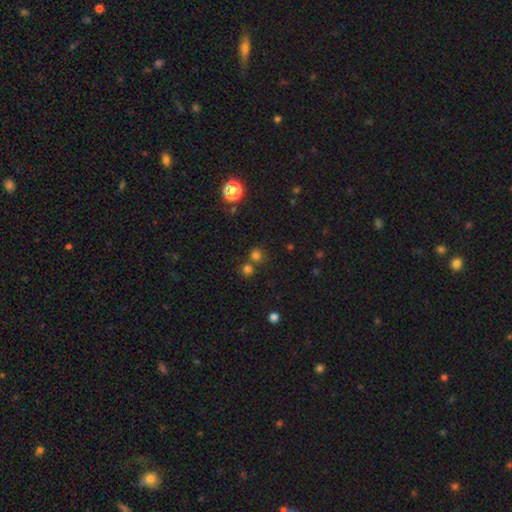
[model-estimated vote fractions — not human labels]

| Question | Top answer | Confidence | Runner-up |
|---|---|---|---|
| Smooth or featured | smooth | 68% | star or artifact (26%) |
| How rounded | round | 90% | in between (9%) |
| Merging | none | 67% | merger (23%) |